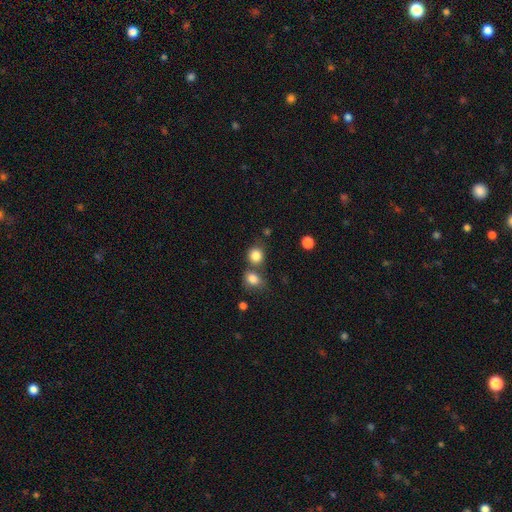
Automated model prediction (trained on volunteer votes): This appears to be a smooth galaxy with no disk features (83%) that is round (80%). Merging: none (59%).